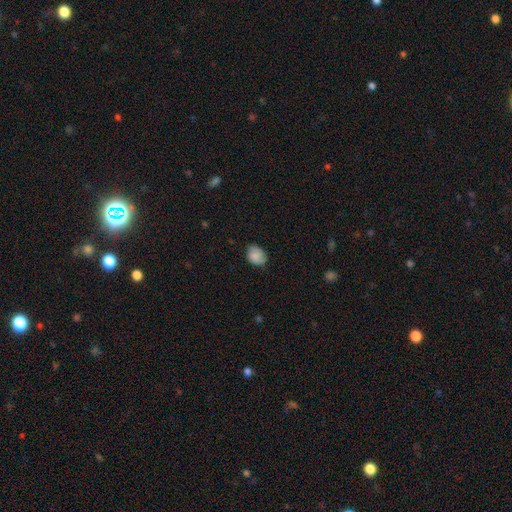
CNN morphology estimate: smooth-or-featured: smooth: 83% | featured or disk: 9% | star or artifact: 8%
  how-rounded: in between: 61% | round: 38% | cigar-shaped: 1%
  merging: none: 70% | minor disturbance: 25% | major disturbance: 4% | merger: 1%